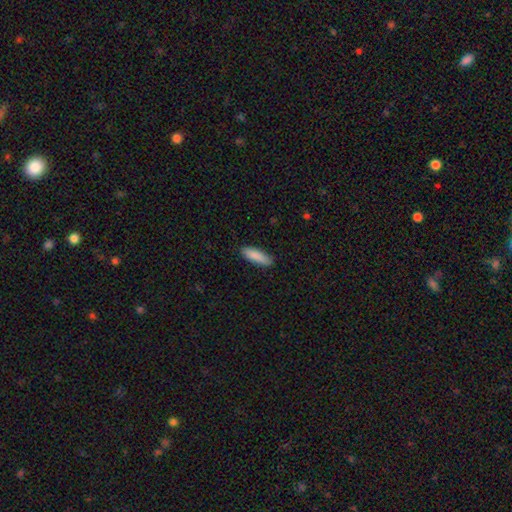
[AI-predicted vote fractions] Q: Smooth or featured?
A: smooth (88%); runner-up: featured or disk (6%)
Q: How rounded?
A: cigar-shaped (52%); runner-up: in between (46%)
Q: Merging?
A: none (87%); runner-up: minor disturbance (10%)